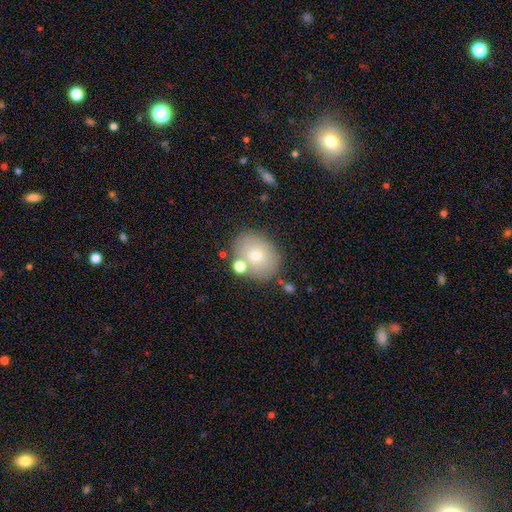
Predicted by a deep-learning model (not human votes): A smooth galaxy with no disk features (72%) that is round (50%).

Vote fractions:
- Smooth or featured? smooth: 72% / featured or disk: 18% / star or artifact: 10%
- How rounded? round: 50% / in between: 49% / cigar-shaped: 1%
- Merging? none: 74% / minor disturbance: 13% / merger: 10% / major disturbance: 4%